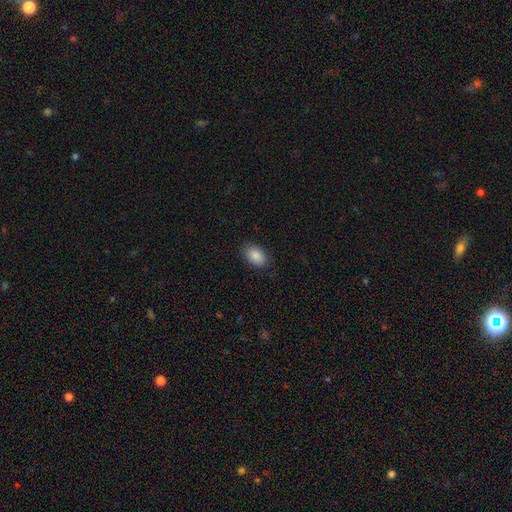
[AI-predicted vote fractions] Overall: smooth (89%). How rounded: in between (91%). Merging: none (87%).